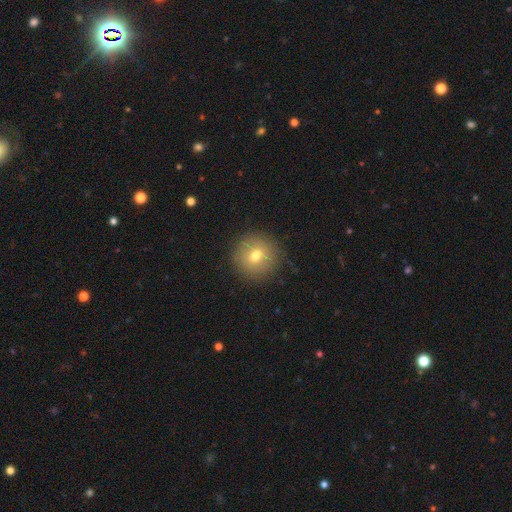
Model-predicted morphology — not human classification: smooth 72%, featured or disk 18%, star or artifact 11%. Down the decision tree: how rounded — round (95%); merging — none (89%).